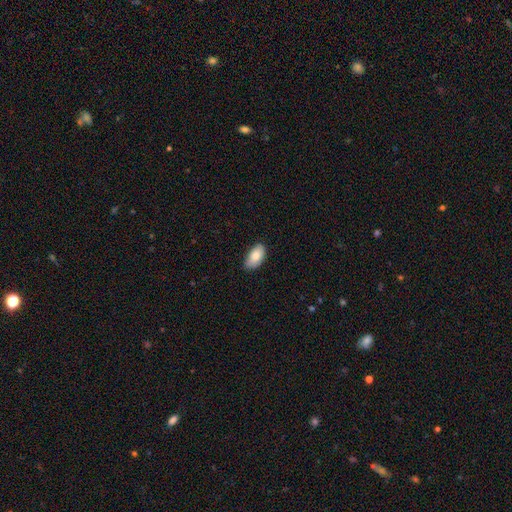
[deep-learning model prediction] Morphology: type=smooth (84%); roundness=in between (94%); merging=none (79%).